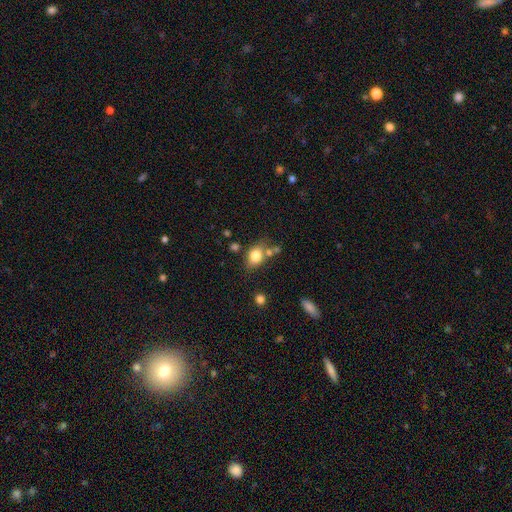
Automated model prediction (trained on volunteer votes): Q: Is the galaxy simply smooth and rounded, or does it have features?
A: smooth — 79%.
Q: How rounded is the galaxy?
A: in between — 64%.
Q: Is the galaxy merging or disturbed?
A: none — 61%.